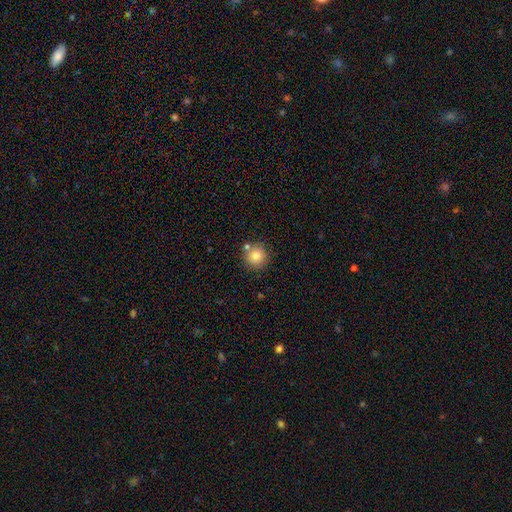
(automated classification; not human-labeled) This appears to be a smooth galaxy with no disk features (81%) that is round (94%). Merging: none (78%).